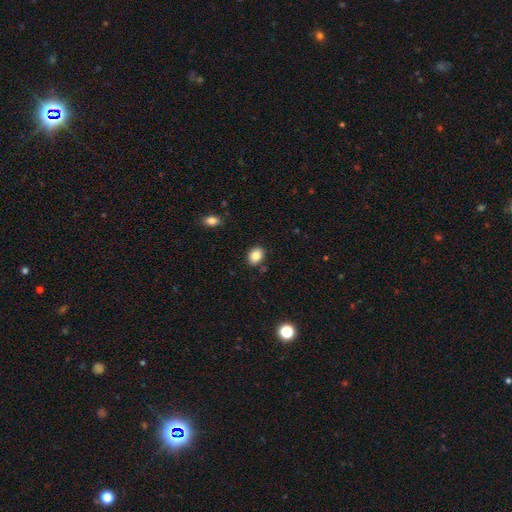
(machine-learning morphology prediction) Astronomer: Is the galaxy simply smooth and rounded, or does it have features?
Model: smooth — 86%.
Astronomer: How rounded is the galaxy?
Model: in between — 69%.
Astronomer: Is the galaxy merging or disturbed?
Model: none — 85%.